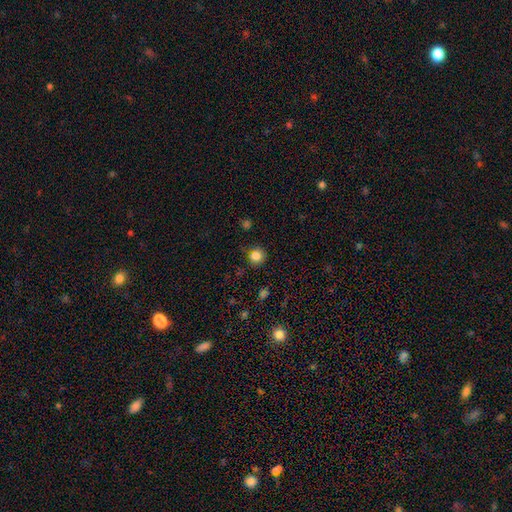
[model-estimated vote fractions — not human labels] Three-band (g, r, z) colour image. It shows a smooth galaxy with no disk features (83%) that is round (91%). Merging: none (83%).